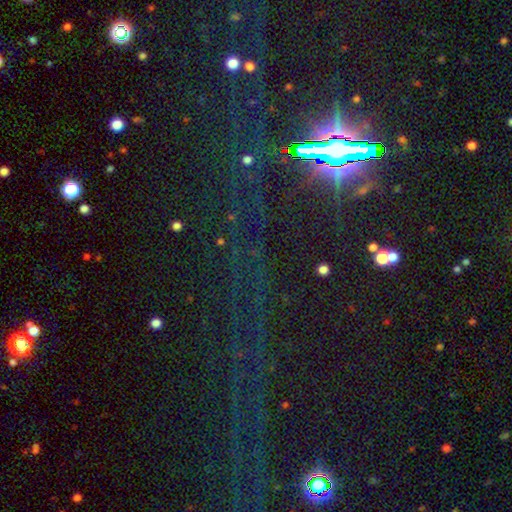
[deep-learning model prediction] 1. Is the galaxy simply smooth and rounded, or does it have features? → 82% star or artifact, 9% featured or disk, 8% smooth.